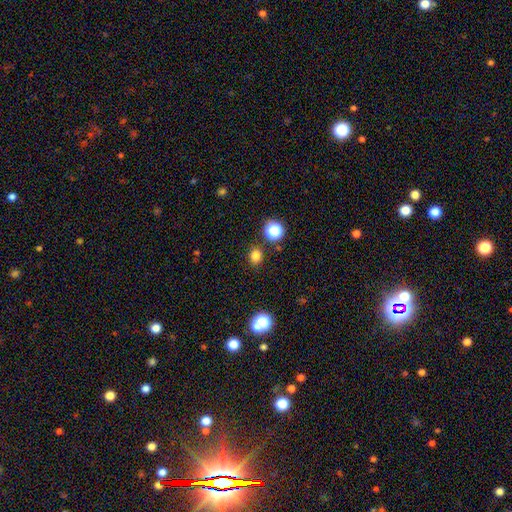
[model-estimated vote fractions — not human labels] smooth_or_featured: smooth (p=0.79) [alt: star or artifact p=0.17]
how_rounded: round (p=0.69) [alt: in between p=0.30]
merging: none (p=0.85) [alt: minor disturbance p=0.08]